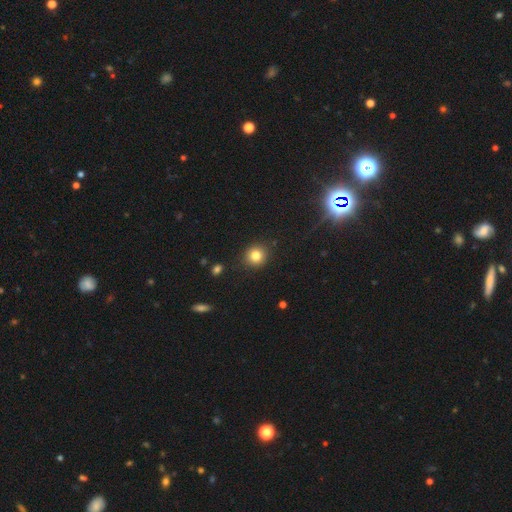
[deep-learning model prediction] Smooth or featured?
  - smooth: 81% *
  - star or artifact: 12%
  - featured or disk: 7%
How rounded?
  - round: 88% *
  - in between: 11%
  - cigar-shaped: 1%
Merging?
  - none: 89% *
  - minor disturbance: 7%
  - major disturbance: 2%
  - merger: 1%